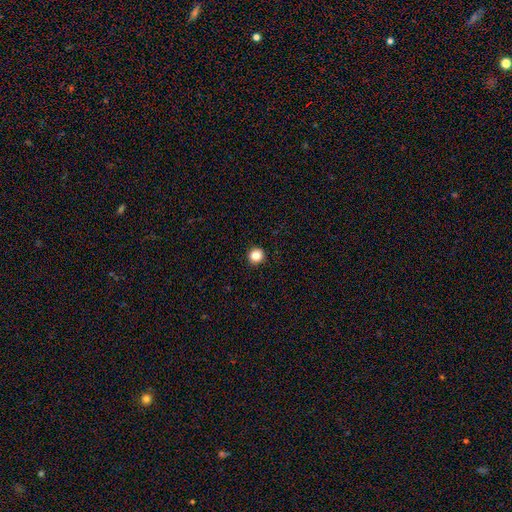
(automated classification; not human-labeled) Morphology: type=smooth (85%); roundness=round (93%); merging=none (93%).